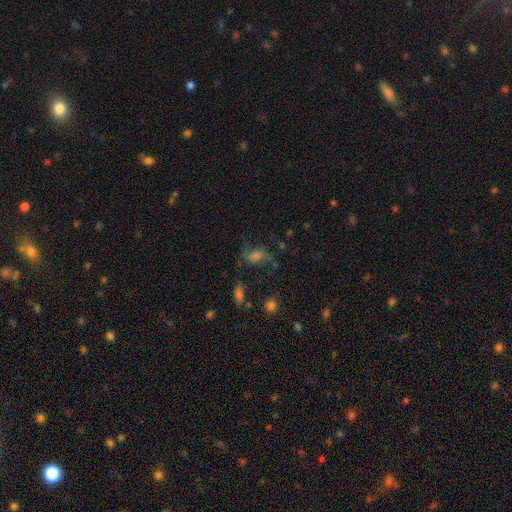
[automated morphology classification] featured or disk 46%, smooth 29%, star or artifact 25%. Down the decision tree: merging — none (57%).